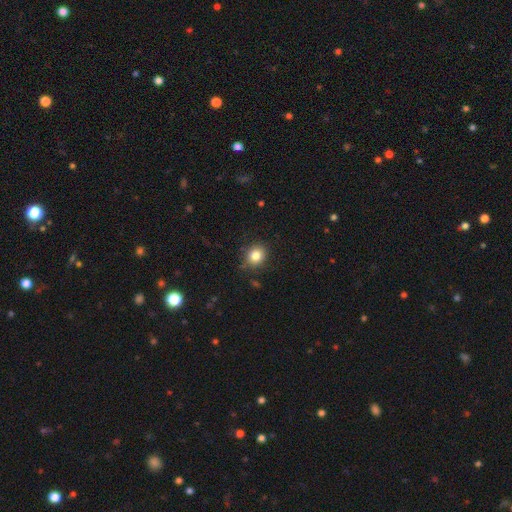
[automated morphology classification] A smooth galaxy with no disk features (82%) that is round (70%).

Vote fractions:
- Smooth or featured? smooth: 82% / star or artifact: 11% / featured or disk: 7%
- How rounded? round: 70% / in between: 30% / cigar-shaped: 1%
- Merging? none: 84% / minor disturbance: 12% / major disturbance: 3% / merger: 2%